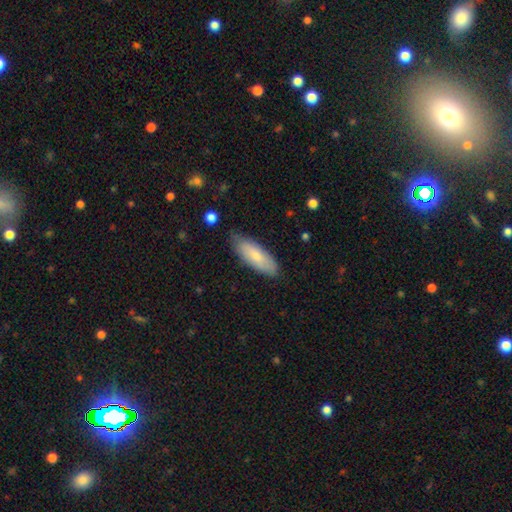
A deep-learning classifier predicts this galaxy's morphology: smooth_or_featured: smooth (p=0.76) [alt: featured or disk p=0.18]
how_rounded: in between (p=0.66) [alt: cigar-shaped p=0.32]
merging: none (p=0.78) [alt: minor disturbance p=0.18]